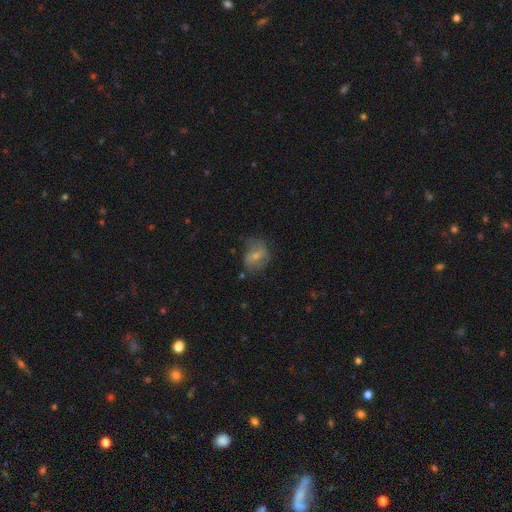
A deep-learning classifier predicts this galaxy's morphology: type=smooth (57%); roundness=in between (54%); merging=none (53%).